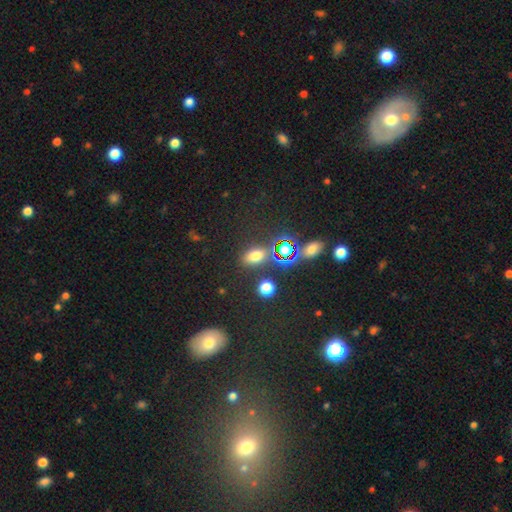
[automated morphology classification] A smooth galaxy with no disk features (65%) that is in between round and cigar-shaped (78%). Merging: none (78%).